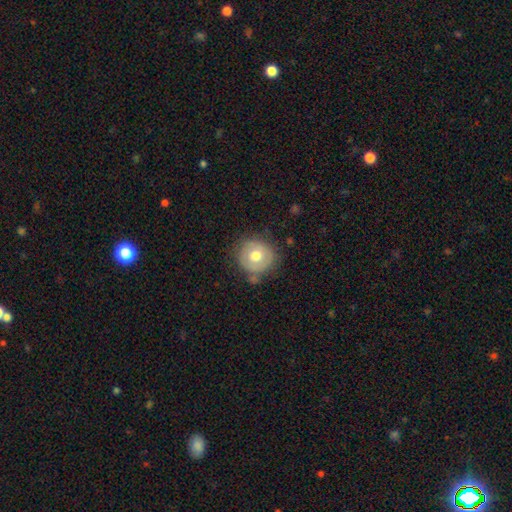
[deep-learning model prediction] Morphology: type=smooth (64%); roundness=round (91%); merging=none (71%).